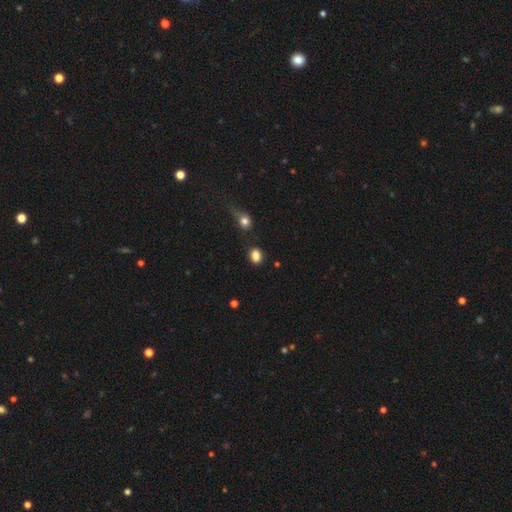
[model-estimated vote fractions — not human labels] smooth 84%, star or artifact 11%, featured or disk 5%. Down the decision tree: how rounded — in between (55%); merging — none (79%).